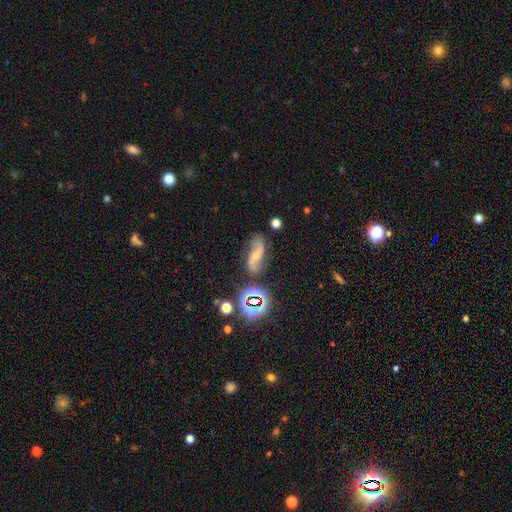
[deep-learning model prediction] smooth_or_featured: featured or disk (p=0.70) [alt: smooth p=0.16]
disk_edge_on: no (p=0.93) [alt: yes p=0.07]
bar: no (p=0.47) [alt: weak p=0.34]
has_spiral_arms: yes (p=0.93) [alt: no p=0.07]
spiral_winding: loose (p=0.74) [alt: medium p=0.20]
spiral_arm_count: 2 (p=0.90) [alt: can't tell p=0.04]
bulge_size: small (p=0.57) [alt: moderate p=0.30]
merging: none (p=0.68) [alt: minor disturbance p=0.18]